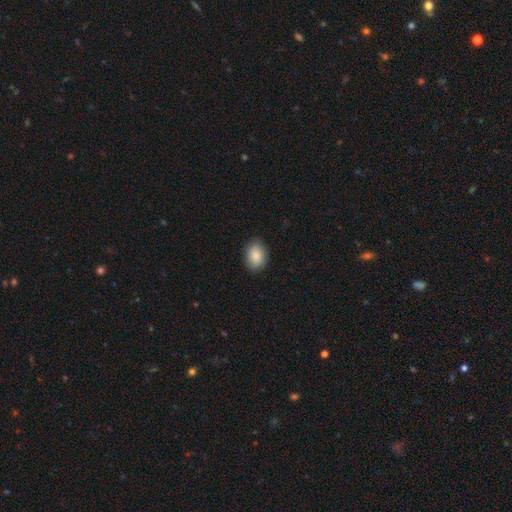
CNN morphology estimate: smooth-or-featured: smooth: 86% | featured or disk: 7% | star or artifact: 7%
  how-rounded: in between: 74% | round: 25% | cigar-shaped: 1%
  merging: none: 86% | minor disturbance: 11% | major disturbance: 2% | merger: 1%